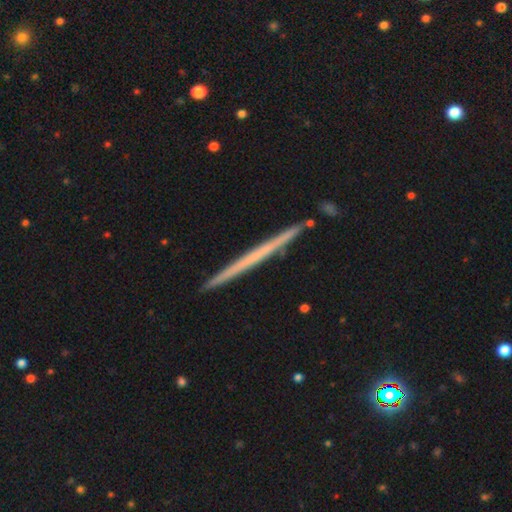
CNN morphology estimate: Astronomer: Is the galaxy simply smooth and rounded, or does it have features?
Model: featured or disk — 58% (runner-up: smooth, 35%).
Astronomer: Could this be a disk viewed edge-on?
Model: yes — 98%.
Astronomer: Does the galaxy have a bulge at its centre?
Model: none — 91%.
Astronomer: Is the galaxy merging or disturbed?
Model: none — 90%.